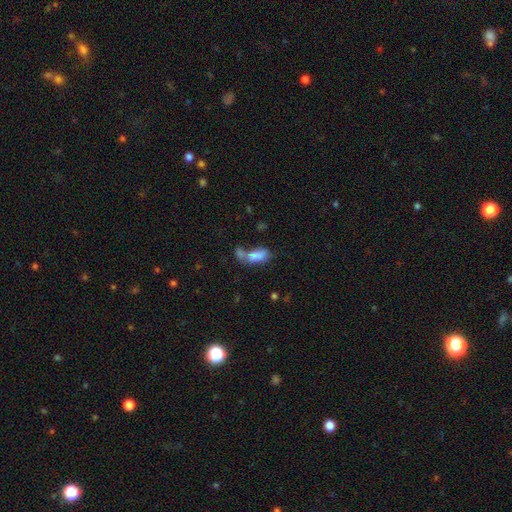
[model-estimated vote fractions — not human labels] The model was most divided on "merging": merger: 58%, none: 22%, minor disturbance: 11%, major disturbance: 10%. More confident: how rounded — in between (83%); smooth or featured — smooth (73%).